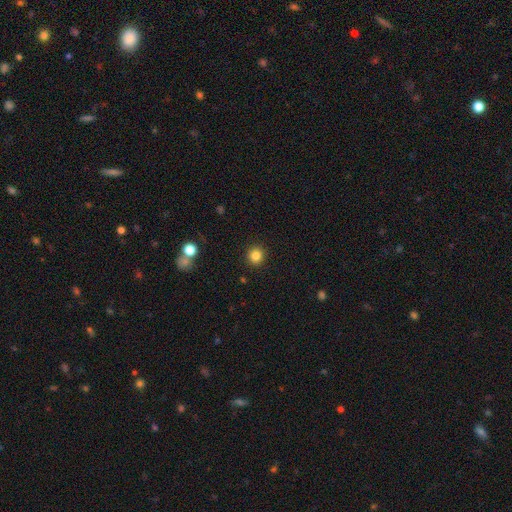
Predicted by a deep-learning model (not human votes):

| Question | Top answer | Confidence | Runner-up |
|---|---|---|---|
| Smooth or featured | smooth | 83% | star or artifact (12%) |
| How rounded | round | 93% | in between (6%) |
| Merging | none | 92% | minor disturbance (5%) |